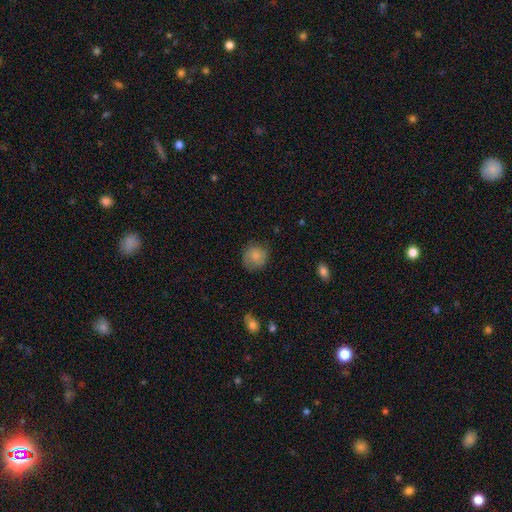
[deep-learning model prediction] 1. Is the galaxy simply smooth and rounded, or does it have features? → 80% smooth, 12% featured or disk, 8% star or artifact.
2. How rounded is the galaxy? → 84% round, 15% in between, 1% cigar-shaped.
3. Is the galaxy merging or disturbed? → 73% none, 20% minor disturbance, 6% major disturbance, 1% merger.